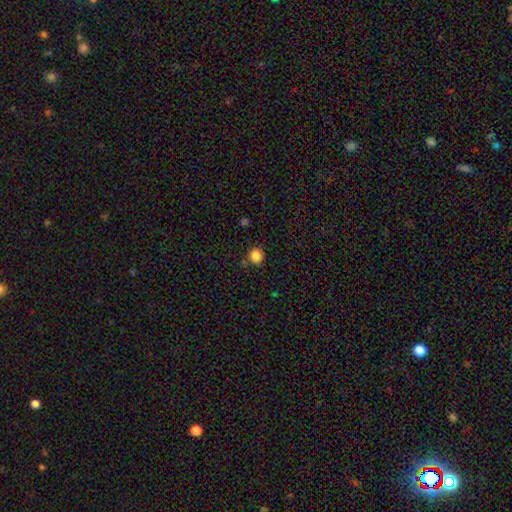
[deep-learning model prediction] A smooth galaxy with no disk features (85%) that is round (89%). Merging: none (83%).